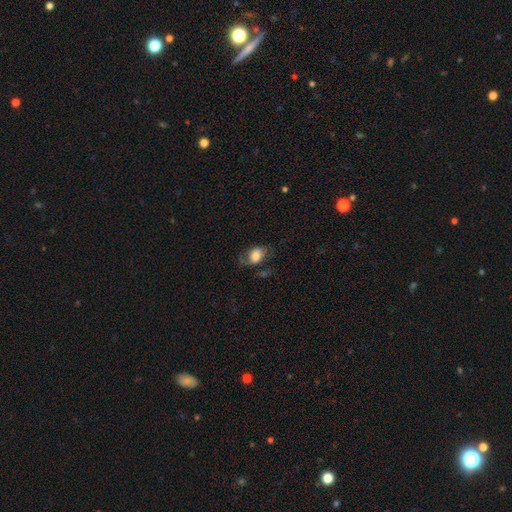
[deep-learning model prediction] Smooth or featured? smooth (72%)
How rounded? in between (78%)
Merging? none (50%)